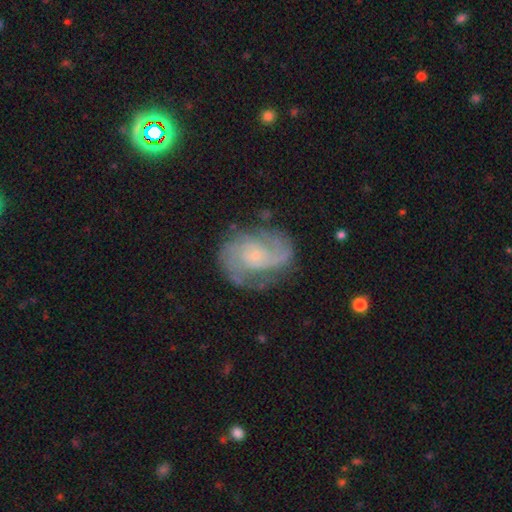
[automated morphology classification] type=featured or disk (86%); edge-on=no (98%); bar=no (69%); spiral arms=yes (96%); winding=medium (48%); arm count=2 (71%); bulge=small (78%); merging=none (70%).